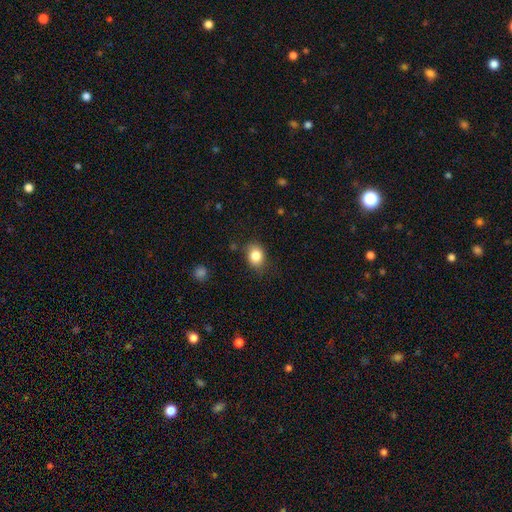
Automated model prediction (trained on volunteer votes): Smooth or featured? Predicted: smooth (p=0.84). How rounded? Predicted: in between (p=0.51). Merging? Predicted: none (p=0.79).